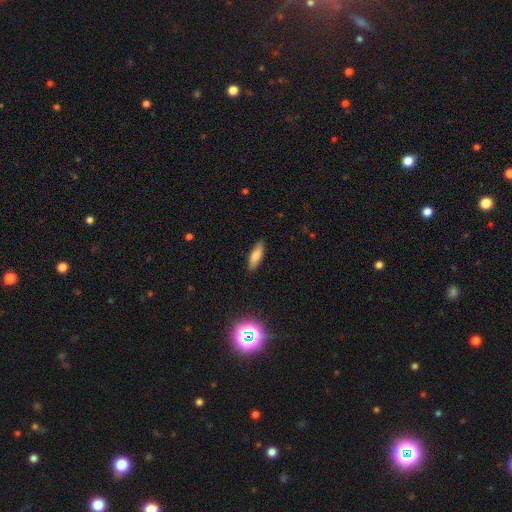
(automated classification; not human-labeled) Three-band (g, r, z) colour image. It shows a smooth galaxy with no disk features (75%) that is in between round and cigar-shaped (53%). Merging: none (88%).